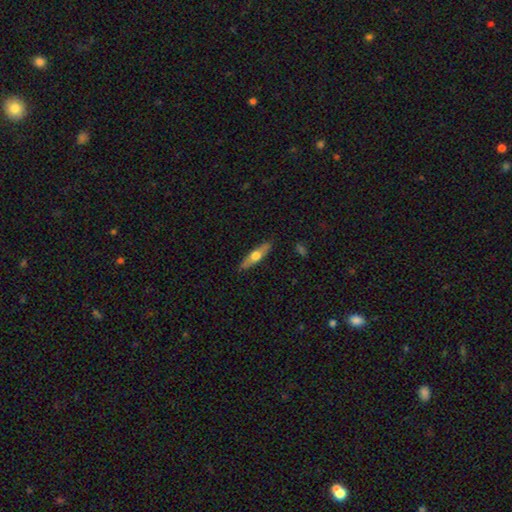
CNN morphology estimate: Smooth or featured?
  - featured or disk: 49% *
  - smooth: 45%
  - star or artifact: 5%
Merging?
  - none: 88% *
  - minor disturbance: 9%
  - major disturbance: 2%
  - merger: 1%